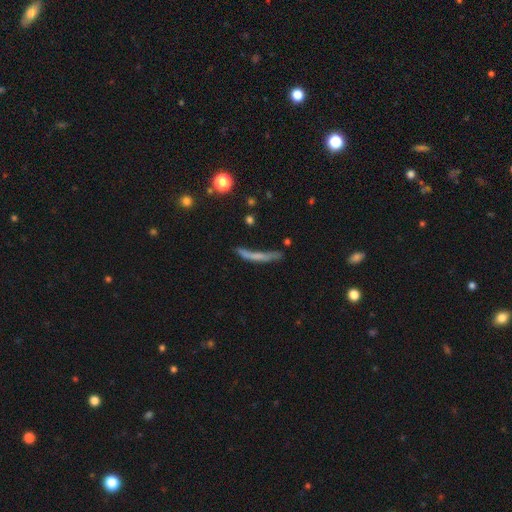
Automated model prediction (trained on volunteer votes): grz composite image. It shows a smooth galaxy with no disk features (53%) that is cigar-shaped (91%). Merging: none (46%).